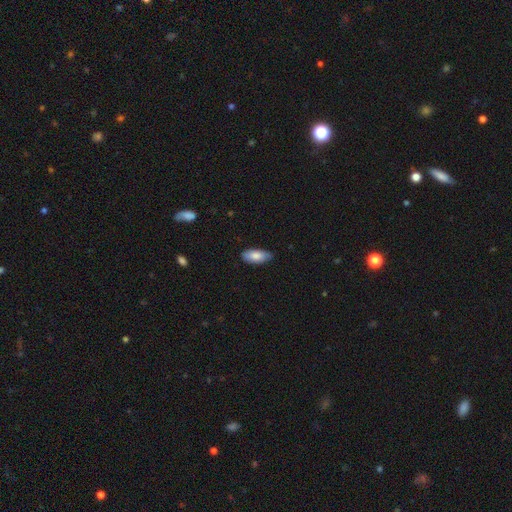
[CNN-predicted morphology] smooth-or-featured: smooth: 81% | featured or disk: 13% | star or artifact: 6%
  how-rounded: in between: 89% | cigar-shaped: 9% | round: 2%
  merging: none: 78% | minor disturbance: 18% | major disturbance: 2% | merger: 1%